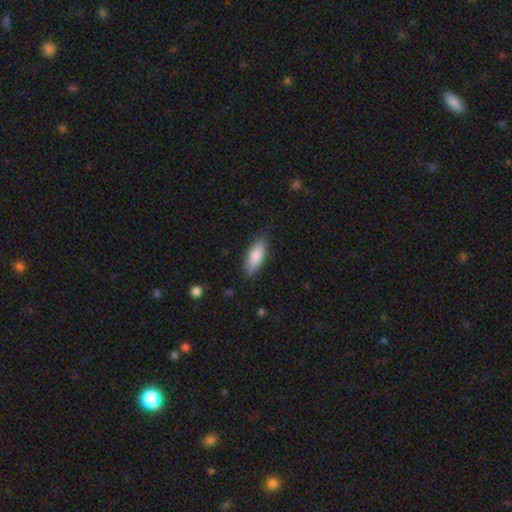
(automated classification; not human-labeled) smooth 84%, featured or disk 10%, star or artifact 6%. Down the decision tree: how rounded — in between (75%); merging — none (83%).